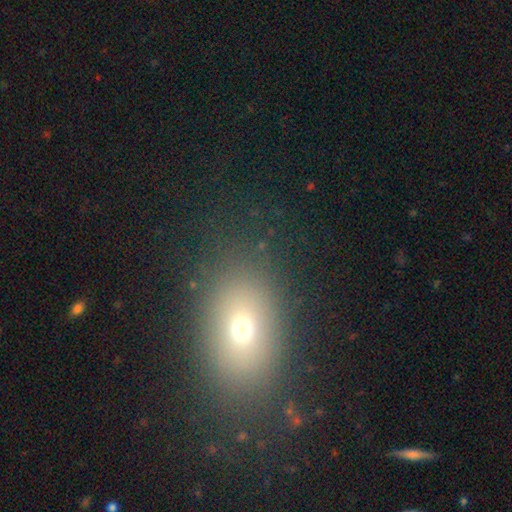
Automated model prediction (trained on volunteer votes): smooth 66%, star or artifact 19%, featured or disk 16%. Down the decision tree: how rounded — in between (73%); merging — none (84%).